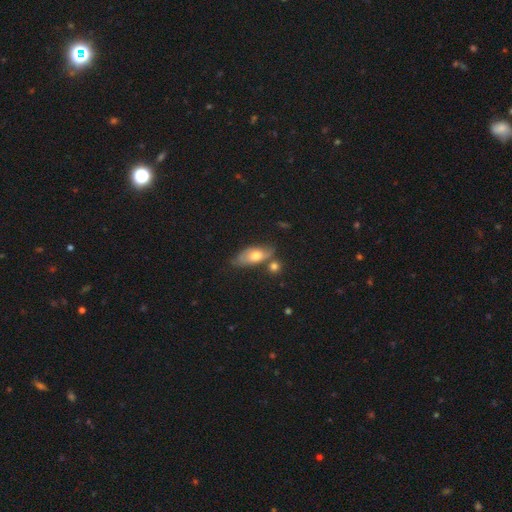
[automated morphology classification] Smooth or featured? smooth (62%)
How rounded? in between (82%)
Merging? none (53%)